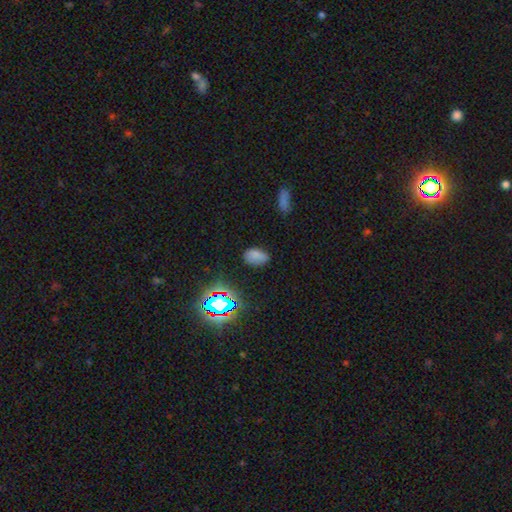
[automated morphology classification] This appears to be a smooth galaxy with no disk features (71%) that is in between round and cigar-shaped (90%). Merging: none (73%).